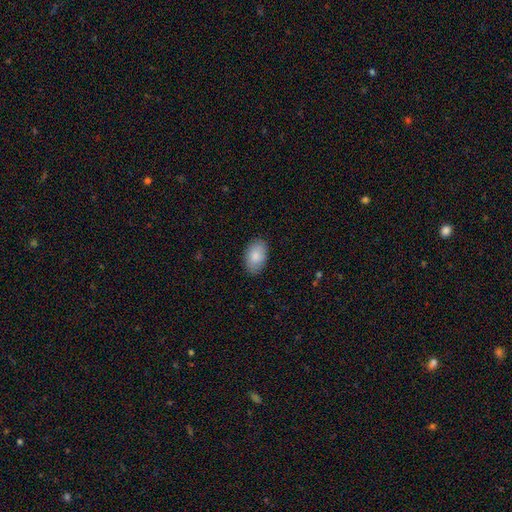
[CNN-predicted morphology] Q: Smooth or featured?
A: smooth (86%); runner-up: featured or disk (8%)
Q: How rounded?
A: in between (94%); runner-up: round (5%)
Q: Merging?
A: none (85%); runner-up: minor disturbance (11%)